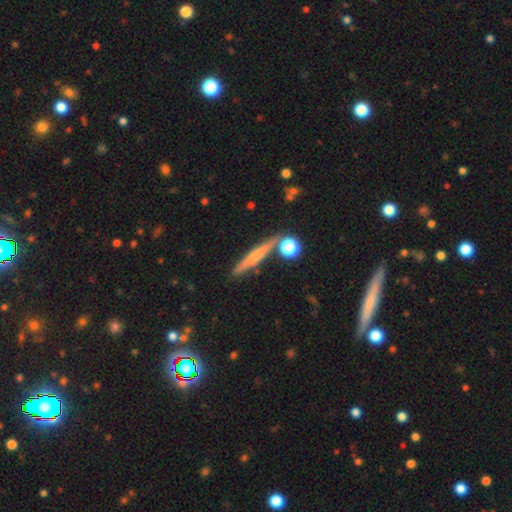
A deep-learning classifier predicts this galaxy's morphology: This is possibly a smooth galaxy (47%). Merging: clearly none (81%).